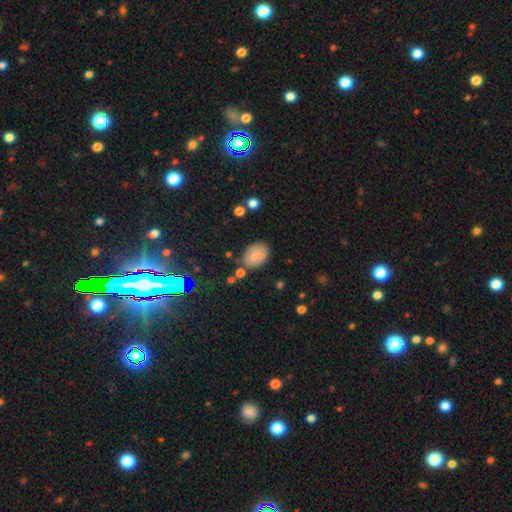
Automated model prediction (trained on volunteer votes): smooth 73%, featured or disk 16%, star or artifact 12%. Down the decision tree: how rounded — in between (75%); merging — none (70%).